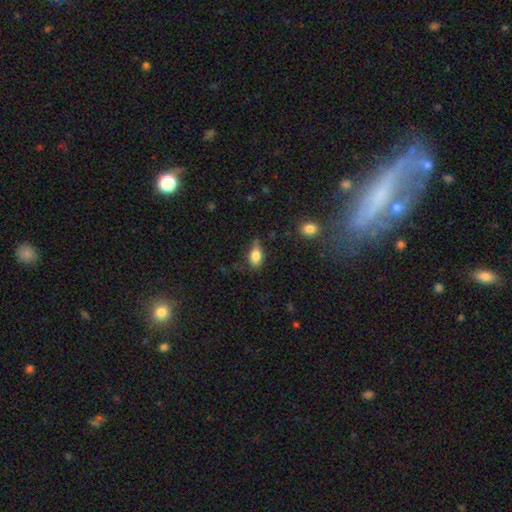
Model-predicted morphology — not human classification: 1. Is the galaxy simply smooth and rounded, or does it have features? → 79% smooth, 13% featured or disk, 8% star or artifact.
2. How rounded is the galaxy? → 86% in between, 8% round, 6% cigar-shaped.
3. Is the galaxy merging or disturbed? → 64% none, 27% minor disturbance, 6% major disturbance, 2% merger.